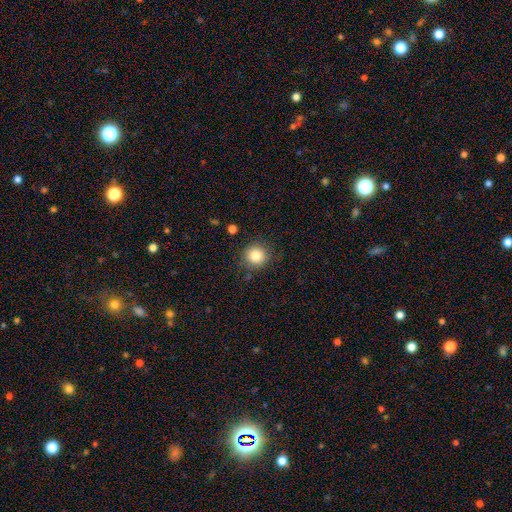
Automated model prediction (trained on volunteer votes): Smooth or featured? smooth (83%)
How rounded? round (93%)
Merging? none (86%)